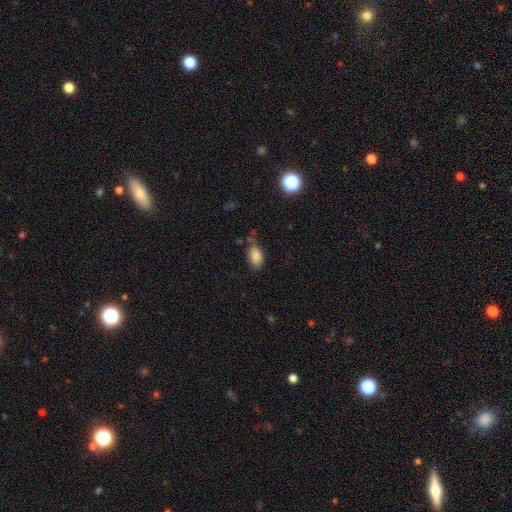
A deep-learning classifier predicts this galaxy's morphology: smooth 85%, star or artifact 9%, featured or disk 6%. Down the decision tree: how rounded — in between (91%); merging — none (61%).